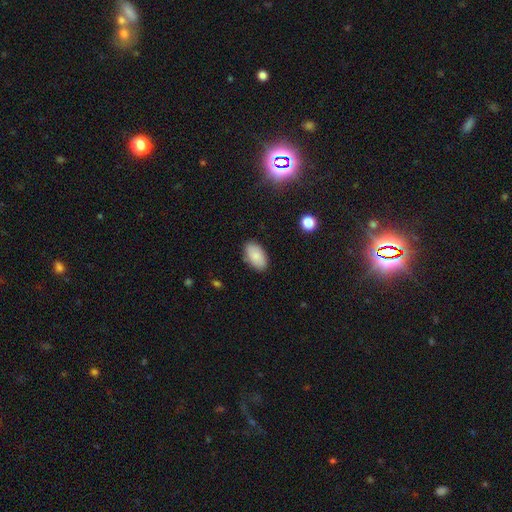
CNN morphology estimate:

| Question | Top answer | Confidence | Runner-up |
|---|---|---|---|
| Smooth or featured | smooth | 85% | featured or disk (8%) |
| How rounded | in between | 95% | round (4%) |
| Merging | none | 85% | minor disturbance (11%) |